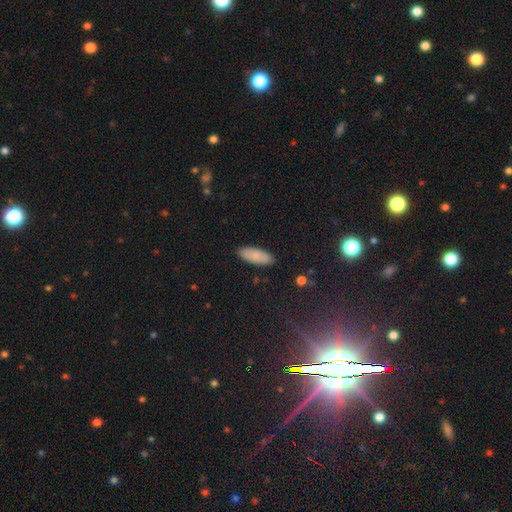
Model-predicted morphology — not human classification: A smooth galaxy with no disk features (81%) that is in between round and cigar-shaped (81%).

Vote fractions:
- Smooth or featured? smooth: 81% / featured or disk: 12% / star or artifact: 7%
- How rounded? in between: 81% / cigar-shaped: 17% / round: 2%
- Merging? none: 88% / minor disturbance: 9% / major disturbance: 2% / merger: 1%